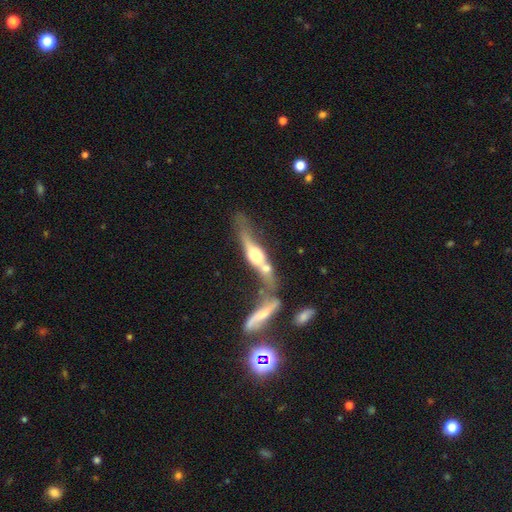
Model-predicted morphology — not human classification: Smooth or featured? featured or disk (65%)
Edge-on disk? yes (77%)
Merging? merger (60%)